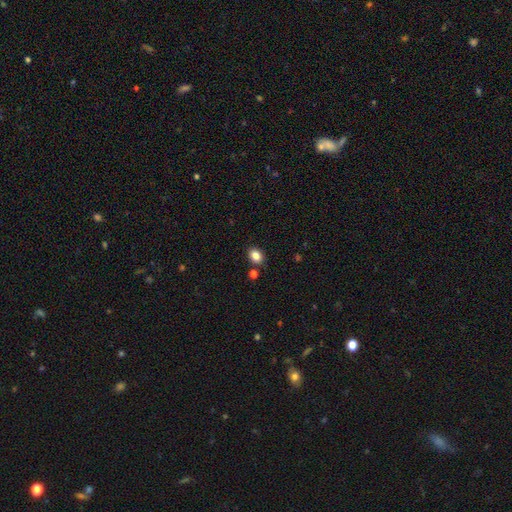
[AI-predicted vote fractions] A smooth galaxy with no disk features (85%) that is in between round and cigar-shaped (62%).

Vote fractions:
- Smooth or featured? smooth: 85% / star or artifact: 10% / featured or disk: 5%
- How rounded? in between: 62% / round: 37% / cigar-shaped: 1%
- Merging? none: 83% / minor disturbance: 9% / merger: 5% / major disturbance: 2%